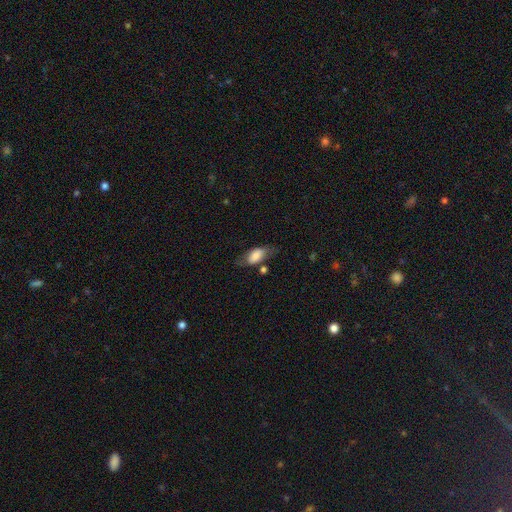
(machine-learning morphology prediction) smooth 72%, featured or disk 20%, star or artifact 7%. Down the decision tree: how rounded — in between (87%); merging — none (57%).